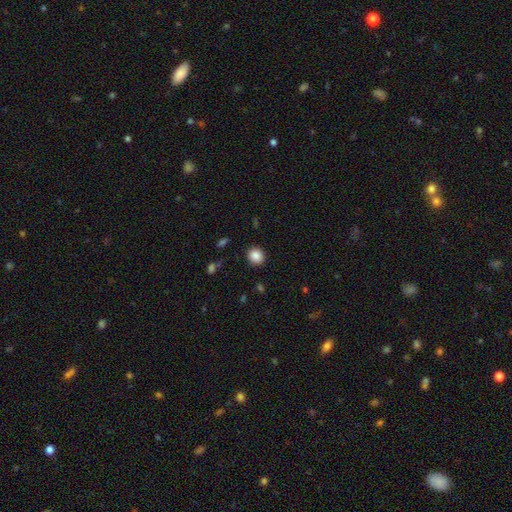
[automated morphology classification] Smooth or featured: smooth — 87% (star or artifact — 9%)
How rounded: round — 84% (in between — 15%)
Merging: none — 90% (minor disturbance — 6%)